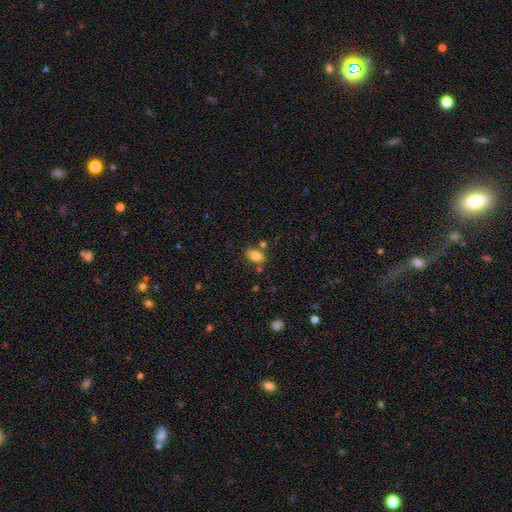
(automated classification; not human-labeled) smooth 83%, star or artifact 9%, featured or disk 8%. Down the decision tree: how rounded — in between (89%); merging — none (70%).